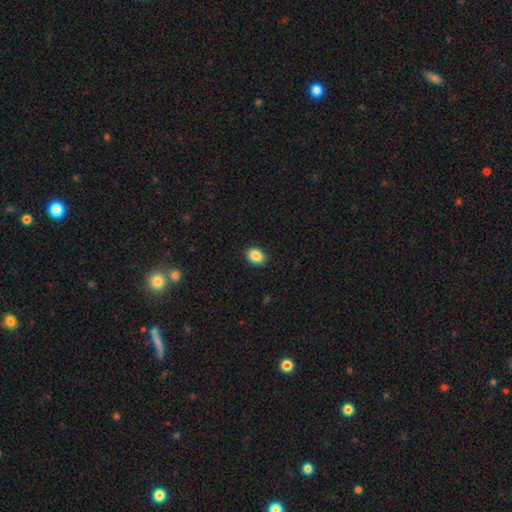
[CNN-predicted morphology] Overall: smooth (88%). How rounded: in between (72%). Merging: none (90%).